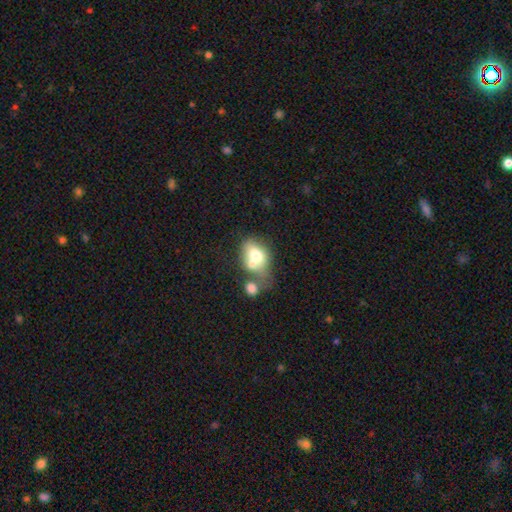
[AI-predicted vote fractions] Smooth or featured? Predicted: smooth (p=0.66). How rounded? Predicted: in between (p=0.71). Merging? Predicted: merger (p=0.50).